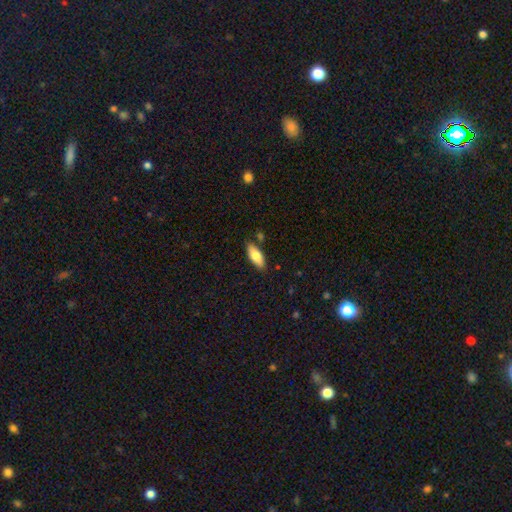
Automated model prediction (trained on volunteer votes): This is likely a smooth galaxy (77%). How rounded: likely in between (78%). Merging: clearly none (82%).